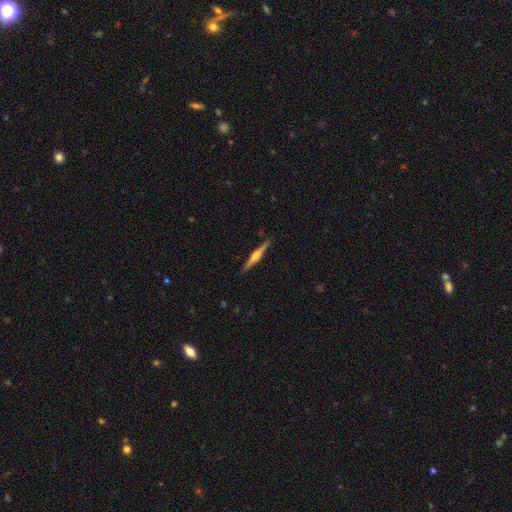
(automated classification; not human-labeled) smooth-or-featured: featured or disk: 73% | smooth: 22% | star or artifact: 5%
  disk-edge-on: yes: 98% | no: 2%
    edge-on-bulge: rounded: 84% | boxy: 11% | none: 5%
  merging: none: 91% | minor disturbance: 7% | major disturbance: 1% | merger: 1%